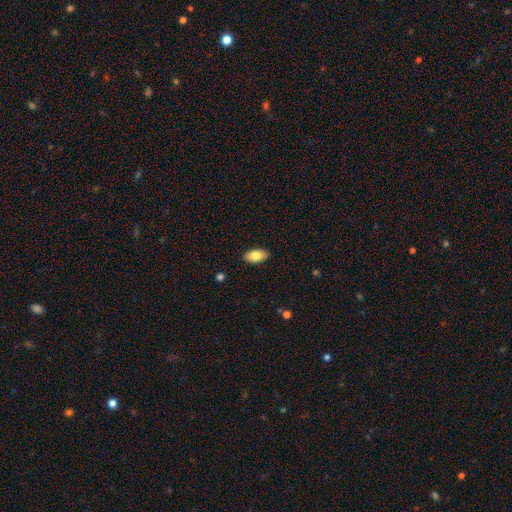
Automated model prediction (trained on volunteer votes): smooth 80%, featured or disk 13%, star or artifact 7%. Down the decision tree: how rounded — in between (94%); merging — none (89%).